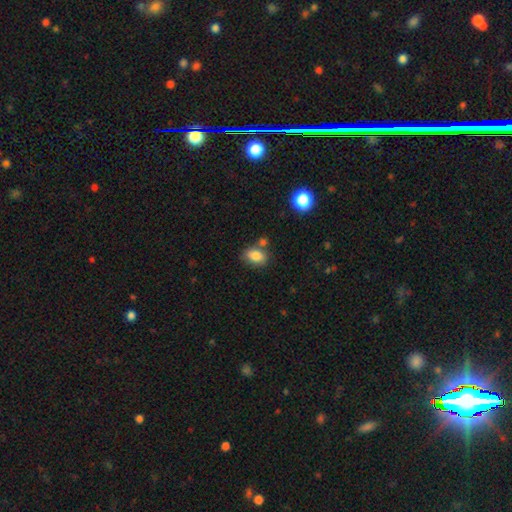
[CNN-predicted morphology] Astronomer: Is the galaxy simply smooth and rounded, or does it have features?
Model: smooth — 84%.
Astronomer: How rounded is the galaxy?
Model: in between — 83%.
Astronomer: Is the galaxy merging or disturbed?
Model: none — 68%.